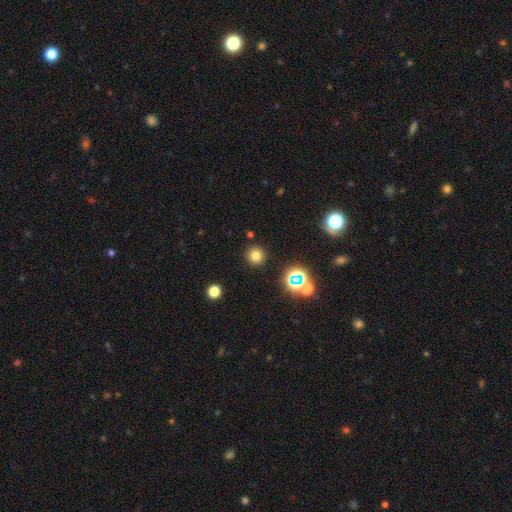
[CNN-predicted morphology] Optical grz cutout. It shows a smooth galaxy with no disk features (75%) that is round (95%). Merging: none (89%).